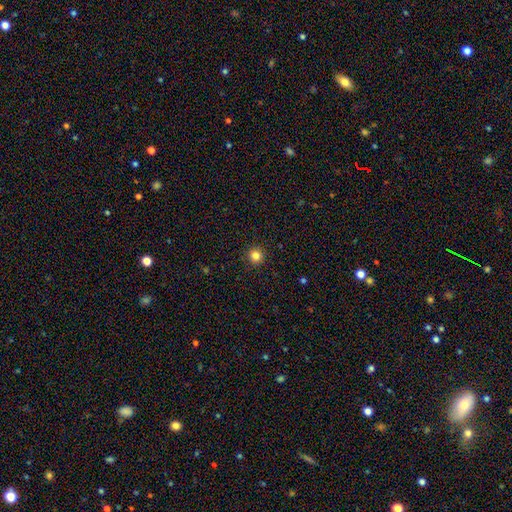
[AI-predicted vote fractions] Q: Smooth or featured?
A: smooth (83%); runner-up: star or artifact (12%)
Q: How rounded?
A: round (95%); runner-up: in between (4%)
Q: Merging?
A: none (93%); runner-up: minor disturbance (5%)